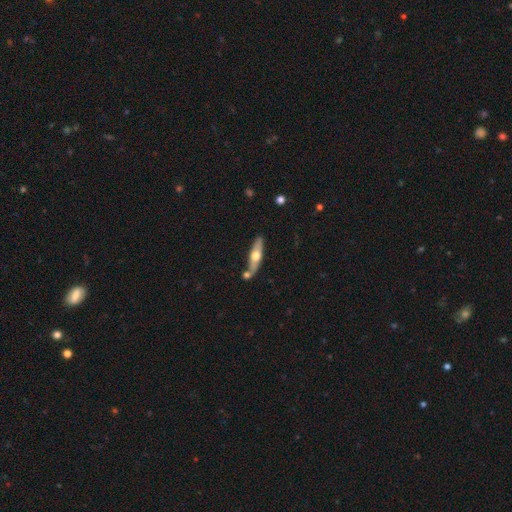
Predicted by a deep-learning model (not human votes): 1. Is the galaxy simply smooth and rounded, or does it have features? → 54% featured or disk, 41% smooth, 5% star or artifact.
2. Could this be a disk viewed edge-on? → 81% yes, 19% no.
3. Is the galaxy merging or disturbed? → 70% none, 14% minor disturbance, 13% merger, 3% major disturbance.